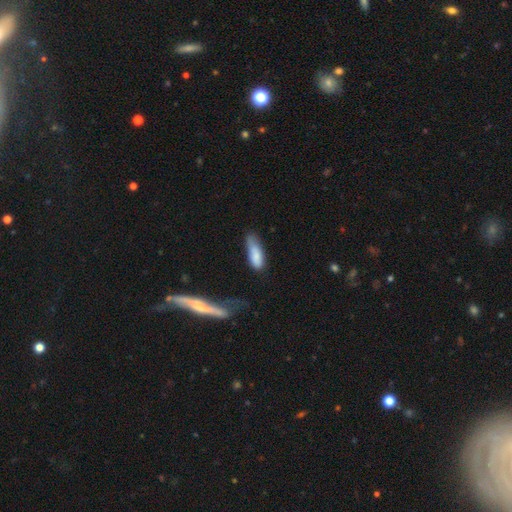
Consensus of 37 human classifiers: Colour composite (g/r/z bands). It shows a smooth galaxy with no disk features (89%) that is in between round and cigar-shaped (61%). Merging: none (43%).